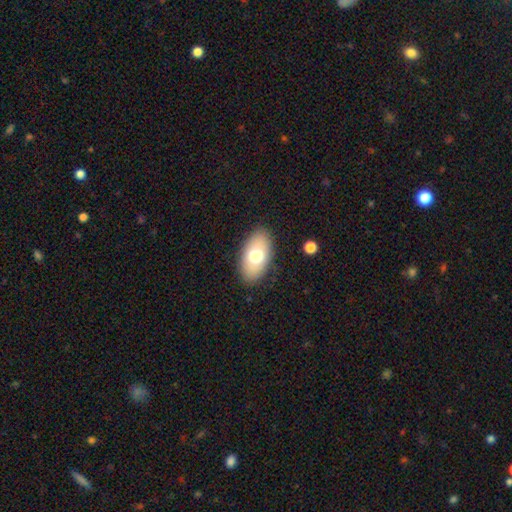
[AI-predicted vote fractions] Smooth or featured? smooth (69%)
How rounded? in between (93%)
Merging? none (86%)